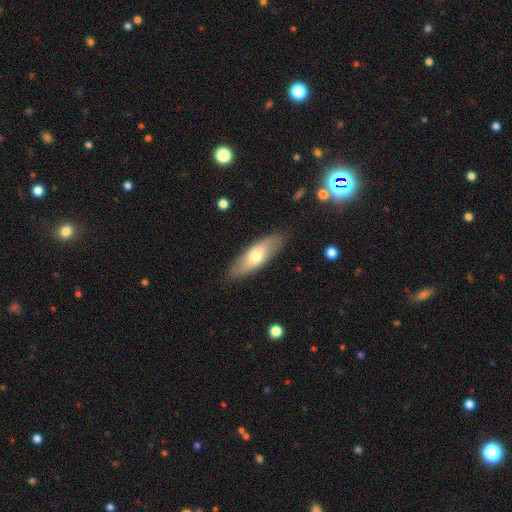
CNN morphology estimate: Smooth or featured?
  - smooth: 61% *
  - featured or disk: 34%
  - star or artifact: 6%
How rounded?
  - in between: 60% *
  - cigar-shaped: 37%
  - round: 2%
Merging?
  - none: 86% *
  - minor disturbance: 11%
  - major disturbance: 2%
  - merger: 1%